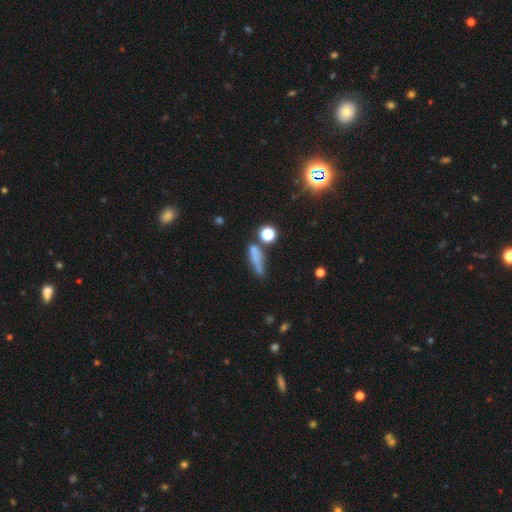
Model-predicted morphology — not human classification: Smooth or featured?
  - smooth: 64% *
  - featured or disk: 20%
  - star or artifact: 16%
How rounded?
  - cigar-shaped: 63% *
  - in between: 28%
  - round: 10%
Merging?
  - none: 50% *
  - minor disturbance: 24%
  - merger: 13%
  - major disturbance: 13%